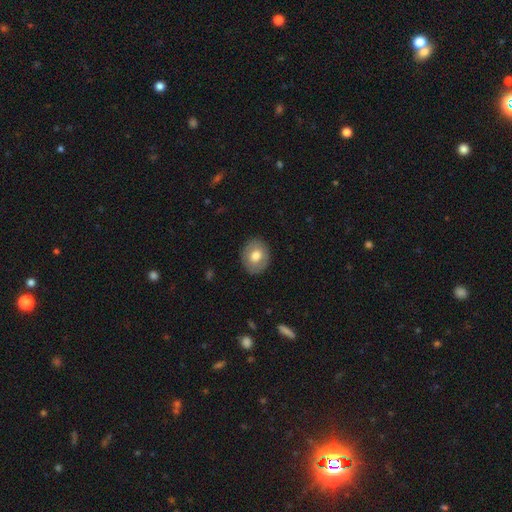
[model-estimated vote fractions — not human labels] Smooth or featured: smooth — 73% (featured or disk — 19%)
How rounded: round — 58% (in between — 41%)
Merging: none — 89% (minor disturbance — 8%)